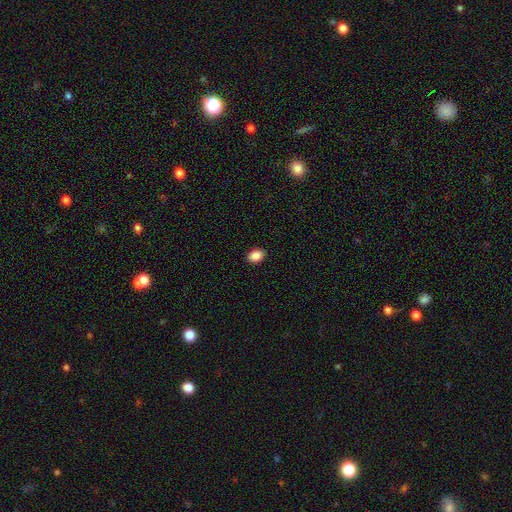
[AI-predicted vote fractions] Smooth or featured?
  - smooth: 88% *
  - star or artifact: 8%
  - featured or disk: 3%
How rounded?
  - in between: 75% *
  - round: 24%
  - cigar-shaped: 1%
Merging?
  - none: 90% *
  - minor disturbance: 7%
  - major disturbance: 2%
  - merger: 1%